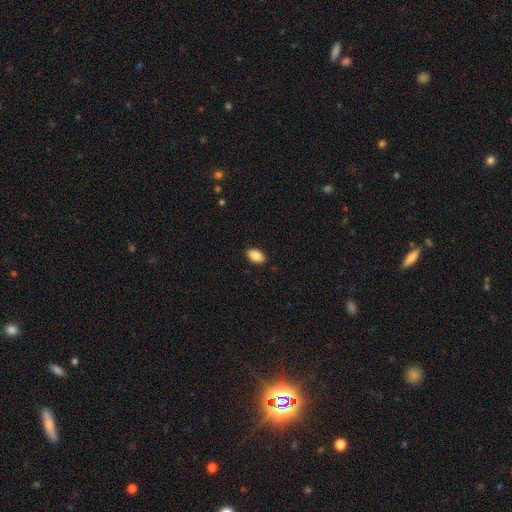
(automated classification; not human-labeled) This appears to be a smooth galaxy with no disk features (87%) that is in between round and cigar-shaped (91%). Merging: none (88%).